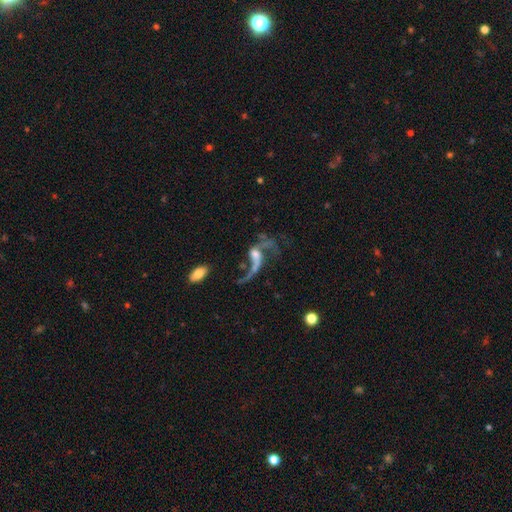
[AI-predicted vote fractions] Overall: featured or disk (79%). Edge-on disk: no (95%). Bar: no (52%; weak 34%). Spiral arms: yes (83%). Spiral arm count: 2 (72%). Spiral winding: loose (91%). Bulge size: moderate (34%; small 33%). Merging: major disturbance (41%; none 29%).